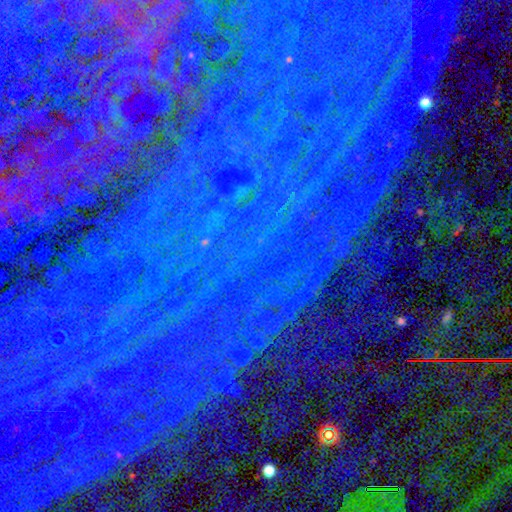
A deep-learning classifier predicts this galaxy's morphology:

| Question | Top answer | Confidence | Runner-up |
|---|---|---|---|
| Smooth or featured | star or artifact | 85% | featured or disk (7%) |